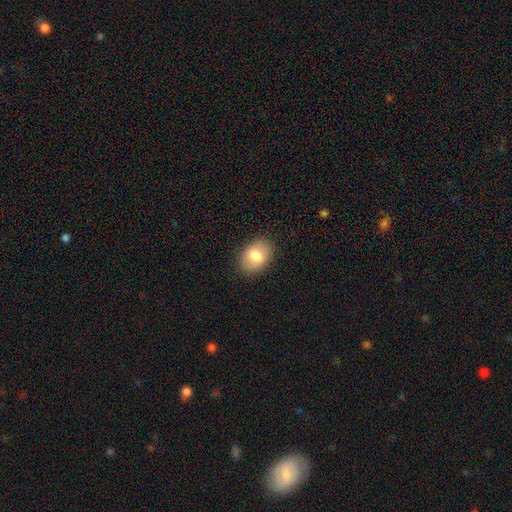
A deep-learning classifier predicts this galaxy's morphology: smooth-or-featured: smooth: 78% | featured or disk: 14% | star or artifact: 8%
  how-rounded: in between: 77% | round: 22% | cigar-shaped: 1%
  merging: none: 87% | minor disturbance: 10% | major disturbance: 3% | merger: 1%